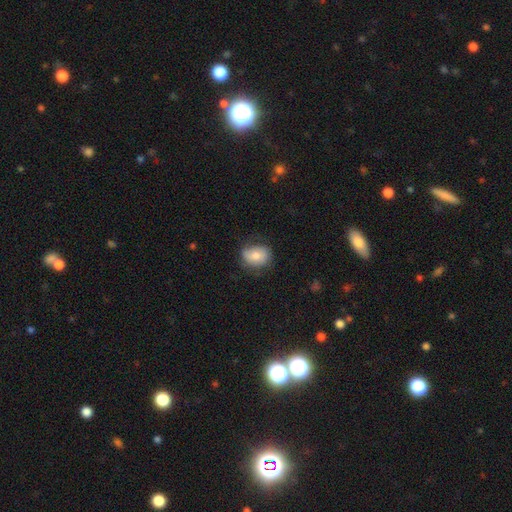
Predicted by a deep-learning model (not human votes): smooth-or-featured: smooth: 72% | featured or disk: 20% | star or artifact: 8%
  how-rounded: in between: 60% | round: 39% | cigar-shaped: 1%
  merging: none: 66% | minor disturbance: 25% | major disturbance: 8% | merger: 1%